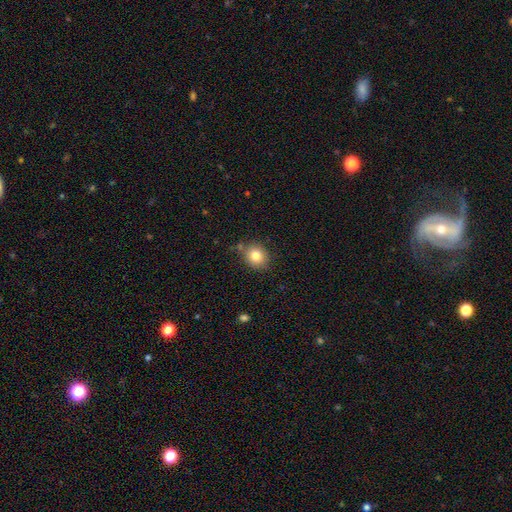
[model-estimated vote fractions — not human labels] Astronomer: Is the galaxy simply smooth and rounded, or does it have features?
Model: smooth — 81%.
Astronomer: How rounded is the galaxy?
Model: round — 73%.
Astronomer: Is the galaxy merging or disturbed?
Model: none — 78%.